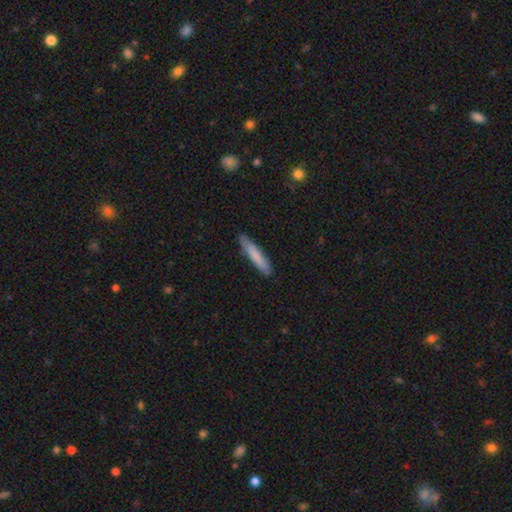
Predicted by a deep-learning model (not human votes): Smooth or featured? smooth (78%)
How rounded? cigar-shaped (92%)
Merging? none (86%)